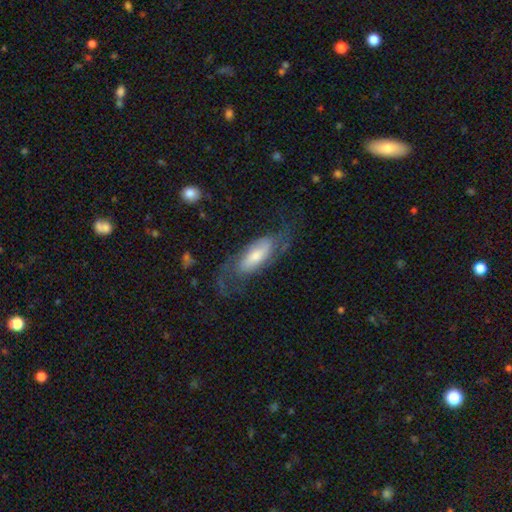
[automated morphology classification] This appears to be a featured or disk galaxy (64%) with no bar (50%), spiral arms (88%) and a moderate central bulge (45%). Merging: none (58%).